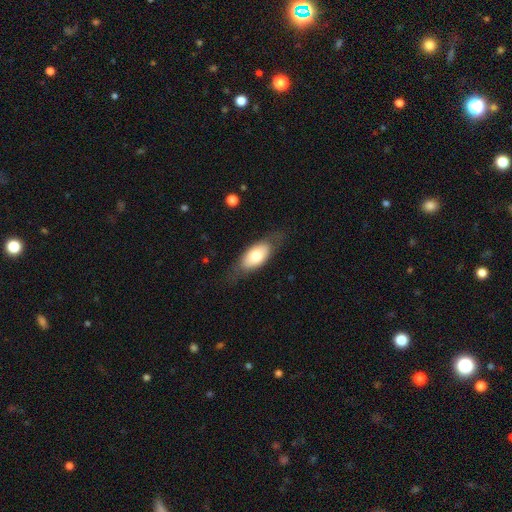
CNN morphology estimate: smooth 68%, featured or disk 26%, star or artifact 6%. Down the decision tree: how rounded — in between (86%); merging — none (73%).